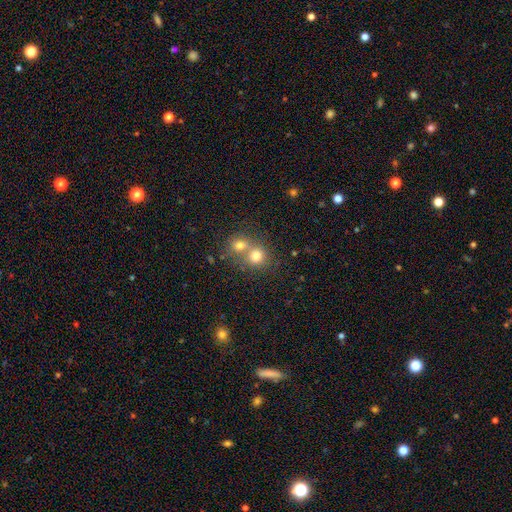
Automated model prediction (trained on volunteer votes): A smooth galaxy with no disk features (75%) that is round (81%).

Vote fractions:
- Smooth or featured? smooth: 75% / star or artifact: 13% / featured or disk: 12%
- How rounded? round: 81% / in between: 18% / cigar-shaped: 1%
- Merging? merger: 57% / none: 35% / minor disturbance: 5% / major disturbance: 3%